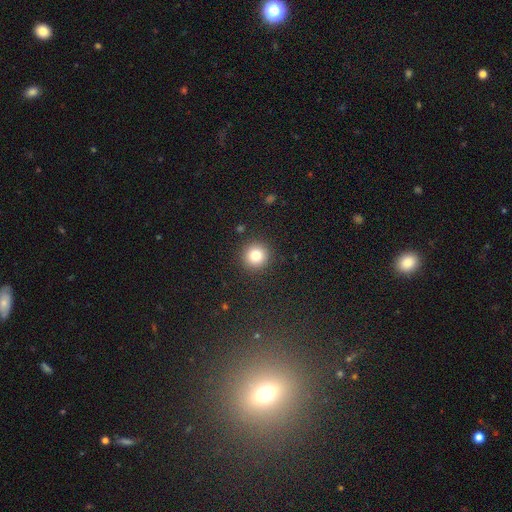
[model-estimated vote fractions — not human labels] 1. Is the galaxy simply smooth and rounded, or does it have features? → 81% smooth, 12% star or artifact, 7% featured or disk.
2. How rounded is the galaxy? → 95% round, 4% in between, 1% cigar-shaped.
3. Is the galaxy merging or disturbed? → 91% none, 5% minor disturbance, 2% major disturbance, 1% merger.